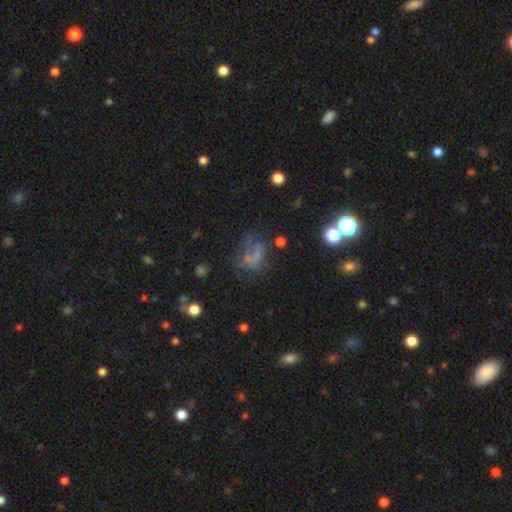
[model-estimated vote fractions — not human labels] This is marginally a smooth galaxy (37%). Merging: marginally none (36%).